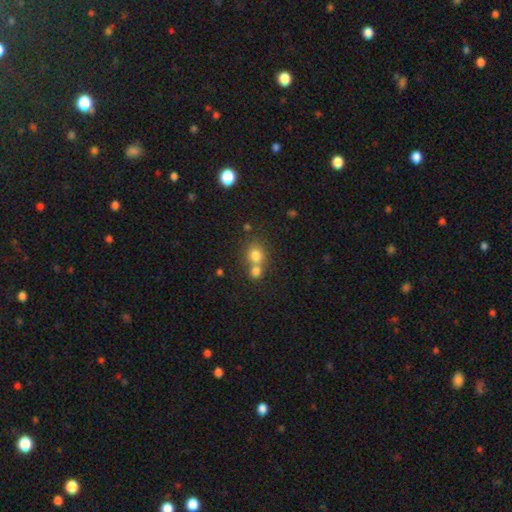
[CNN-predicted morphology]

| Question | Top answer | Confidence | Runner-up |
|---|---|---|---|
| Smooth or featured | smooth | 77% | star or artifact (13%) |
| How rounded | round | 81% | in between (18%) |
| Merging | merger | 49% | none (41%) |